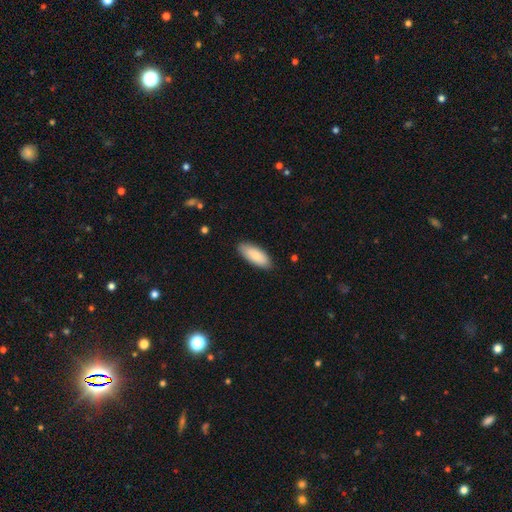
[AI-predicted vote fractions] This appears to be a smooth galaxy with no disk features (84%) that is in between round and cigar-shaped (81%). Merging: none (86%).